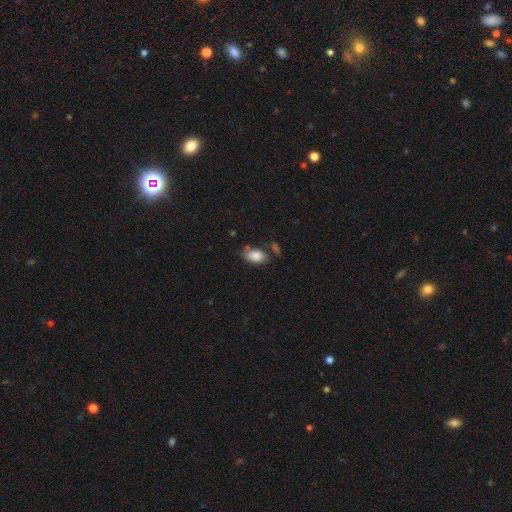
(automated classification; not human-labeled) smooth 84%, featured or disk 9%, star or artifact 8%. Down the decision tree: how rounded — in between (92%); merging — none (64%).